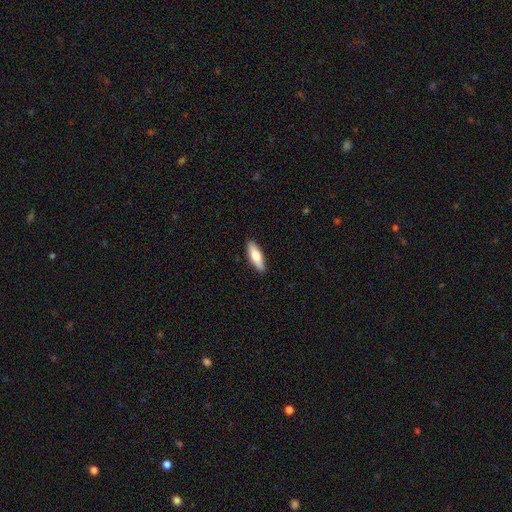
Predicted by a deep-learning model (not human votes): This is likely a smooth galaxy (72%). How rounded: possibly in between (49%, tied with cigar-shaped). Merging: clearly none (90%).